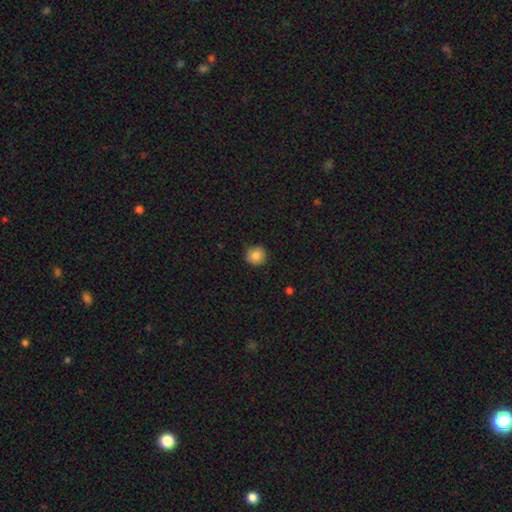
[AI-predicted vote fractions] The model was most divided on "smooth or featured": smooth: 84%, star or artifact: 9%, featured or disk: 7%. More confident: how rounded — round (91%); merging — none (88%).